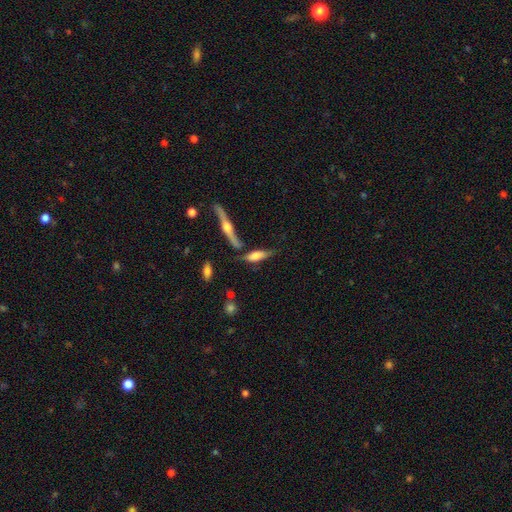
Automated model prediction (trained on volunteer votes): Q: Smooth or featured?
A: smooth (49%); runner-up: featured or disk (43%)
Q: Merging?
A: none (55%); runner-up: minor disturbance (20%)